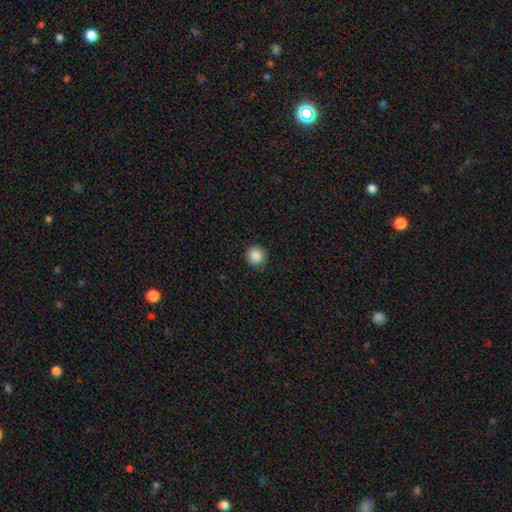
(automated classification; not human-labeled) A smooth galaxy with no disk features (88%) that is round (95%). Merging: none (91%).